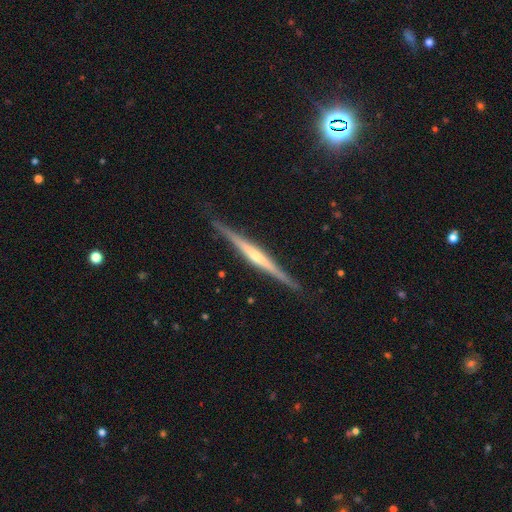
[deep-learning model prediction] smooth_or_featured: featured or disk (p=0.81) [alt: smooth p=0.13]
disk_edge_on: yes (p=0.98) [alt: no p=0.02]
edge_on_bulge: rounded (p=0.63) [alt: none p=0.25]
merging: none (p=0.89) [alt: minor disturbance p=0.08]